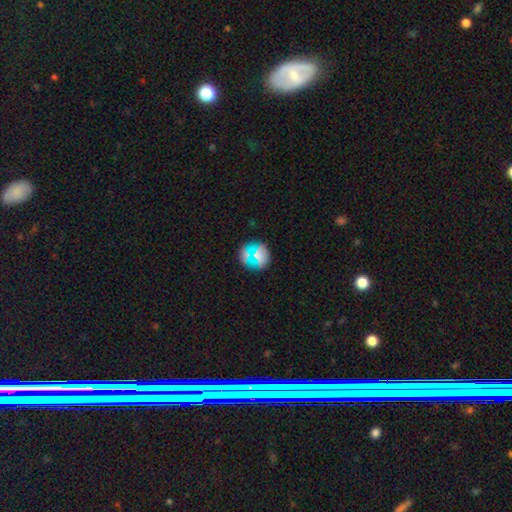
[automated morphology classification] Smooth or featured: smooth — 65% (star or artifact — 21%)
How rounded: round — 92% (in between — 7%)
Merging: none — 83% (minor disturbance — 9%)